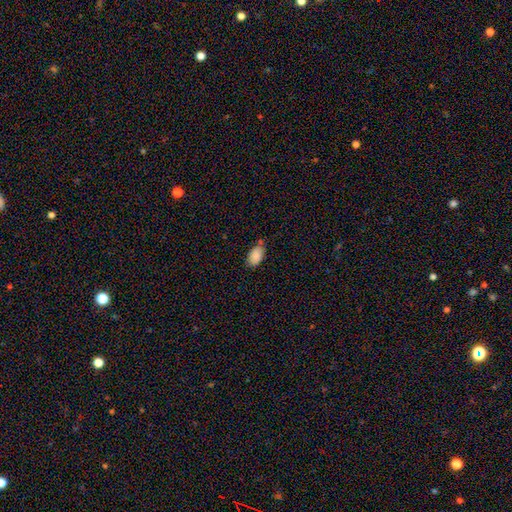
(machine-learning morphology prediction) Overall: smooth (87%). How rounded: in between (92%). Merging: none (64%; minor disturbance 24%).